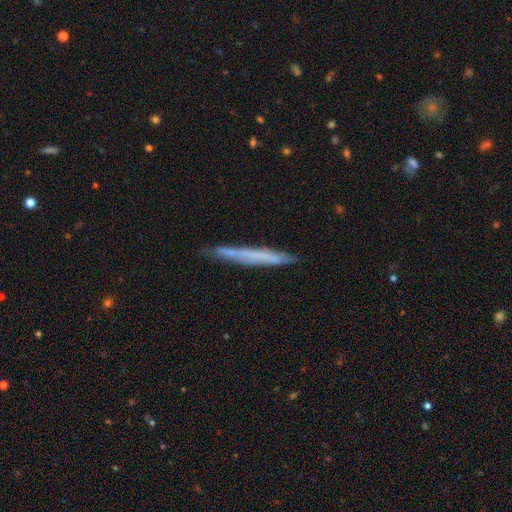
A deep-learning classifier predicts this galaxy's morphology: Smooth or featured? smooth (50%)
How rounded? cigar-shaped (97%)
Merging? none (83%)